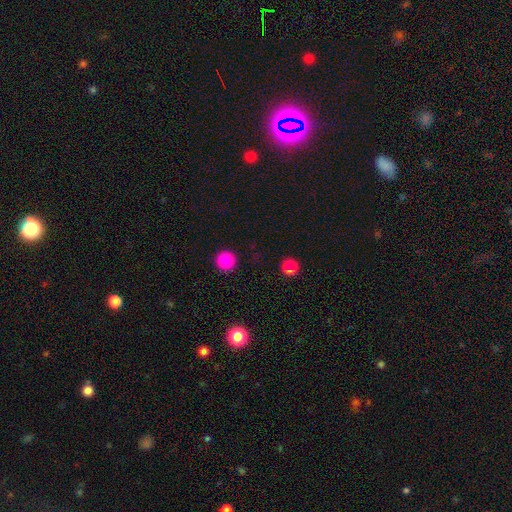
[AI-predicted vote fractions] This appears to be a smooth galaxy with no disk features (76%) that is round (93%). Merging: none (88%).